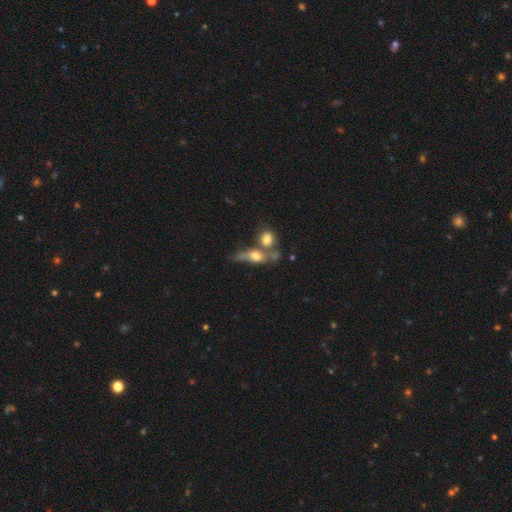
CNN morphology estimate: This is possibly a smooth galaxy (52%). How rounded: possibly in between (50%). Merging: marginally merger (42%).